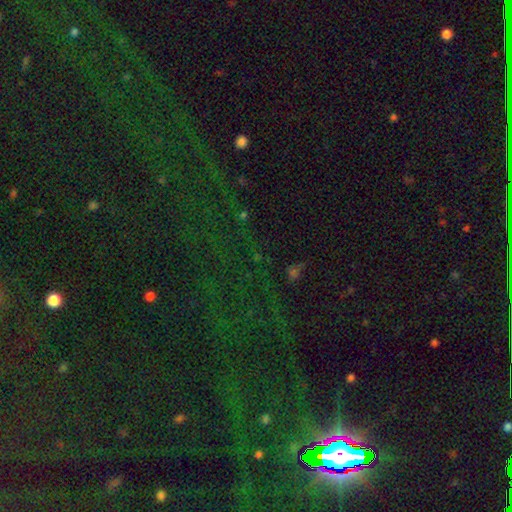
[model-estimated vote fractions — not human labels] smooth-or-featured: star or artifact: 79% | smooth: 12% | featured or disk: 9%